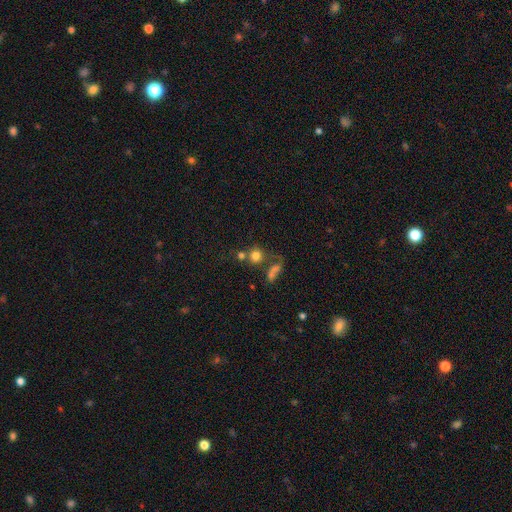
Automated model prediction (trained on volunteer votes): Q: Smooth or featured?
A: smooth (74%); runner-up: star or artifact (14%)
Q: How rounded?
A: round (86%); runner-up: in between (13%)
Q: Merging?
A: none (50%); runner-up: merger (32%)